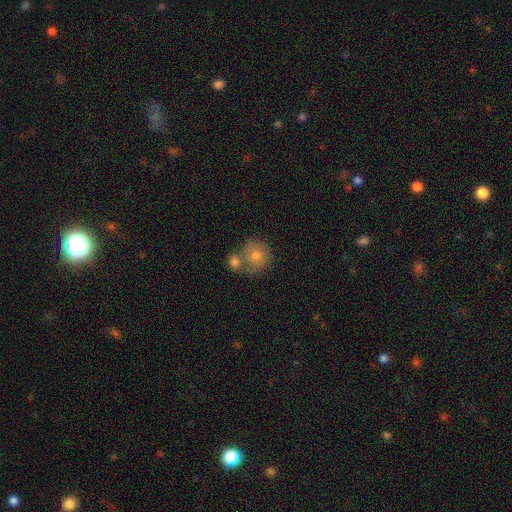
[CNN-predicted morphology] A smooth galaxy with no disk features (68%) that is round (88%).

Vote fractions:
- Smooth or featured? smooth: 68% / featured or disk: 21% / star or artifact: 11%
- How rounded? round: 88% / in between: 11% / cigar-shaped: 1%
- Merging? none: 47% / merger: 38% / minor disturbance: 11% / major disturbance: 4%